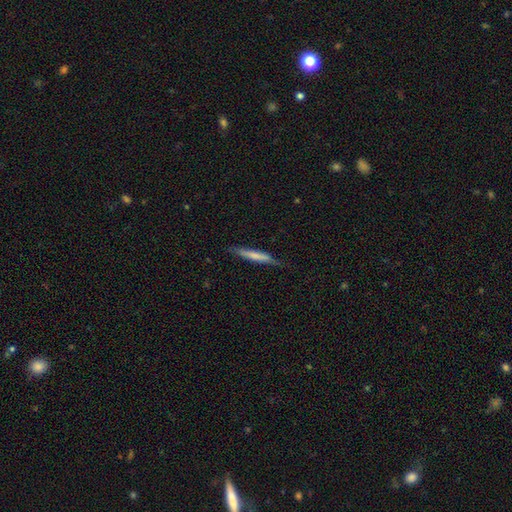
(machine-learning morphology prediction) Smooth or featured? smooth (59%)
How rounded? cigar-shaped (95%)
Merging? none (79%)